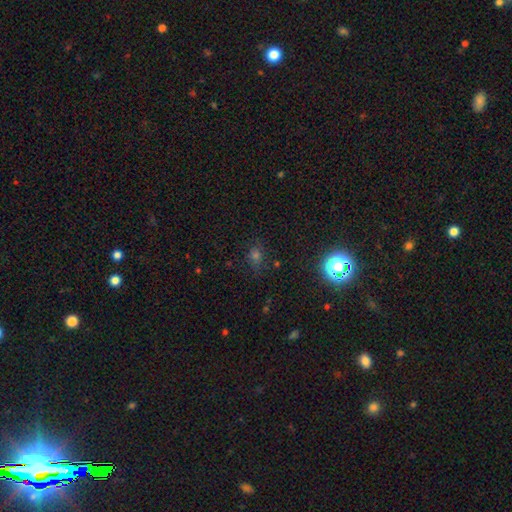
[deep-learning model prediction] Overall: smooth (48%; star or artifact 42%). Merging: none (77%).